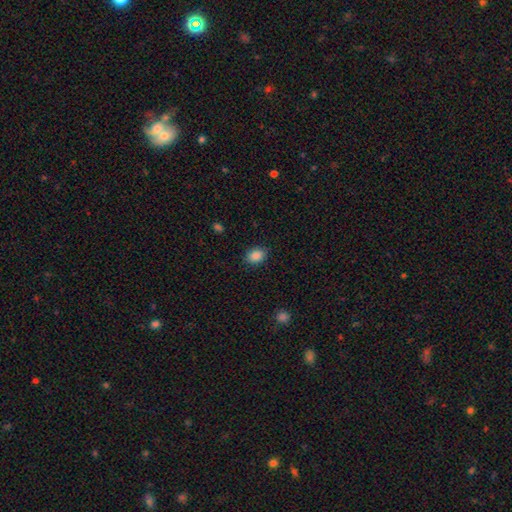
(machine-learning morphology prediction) This is clearly a smooth galaxy (86%). How rounded: possibly in between (60%). Merging: clearly none (88%).